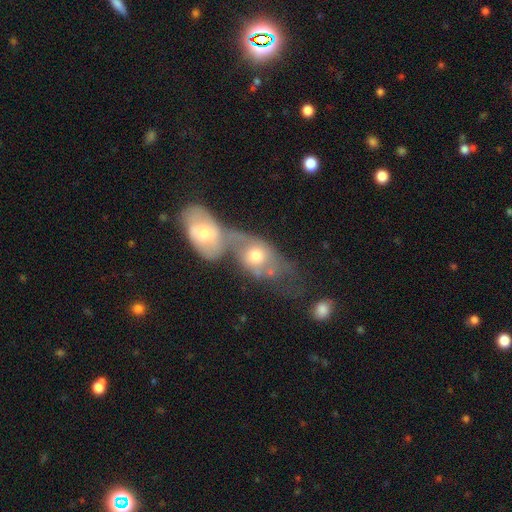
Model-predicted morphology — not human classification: smooth-or-featured: smooth: 49% | featured or disk: 44% | star or artifact: 7%
  merging: merger: 74% | none: 11% | major disturbance: 8% | minor disturbance: 7%